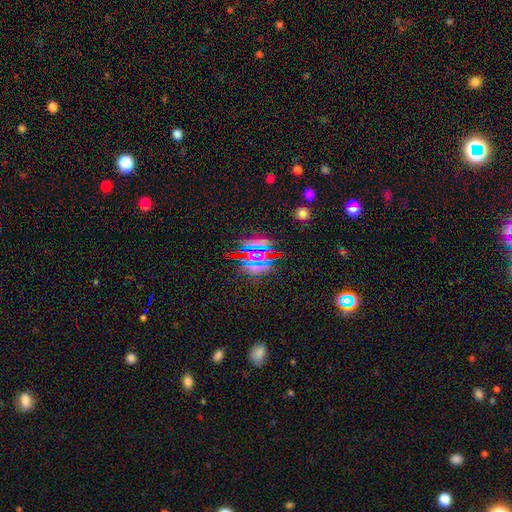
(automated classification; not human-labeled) smooth-or-featured: star or artifact: 64% | smooth: 23% | featured or disk: 13%